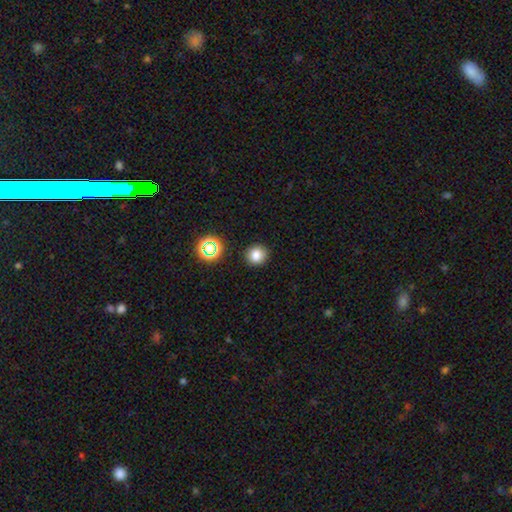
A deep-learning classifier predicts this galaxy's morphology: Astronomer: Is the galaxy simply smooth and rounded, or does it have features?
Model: smooth — 79%.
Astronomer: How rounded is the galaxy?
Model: round — 89%.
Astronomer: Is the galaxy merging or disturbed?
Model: none — 90%.